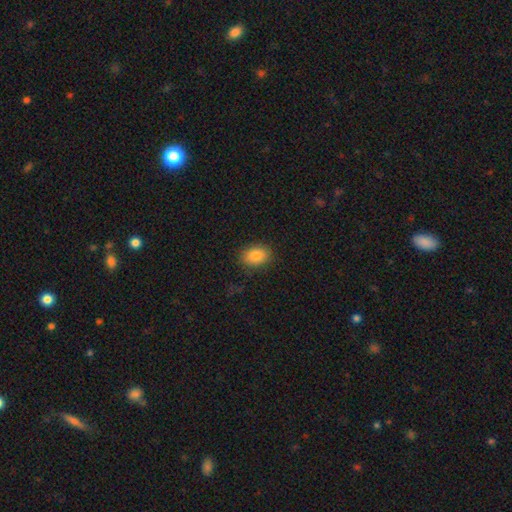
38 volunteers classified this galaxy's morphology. Smooth or featured? 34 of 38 (89%) said smooth. How rounded? 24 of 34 (71%) said in between. Merging? 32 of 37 (86%) said none.